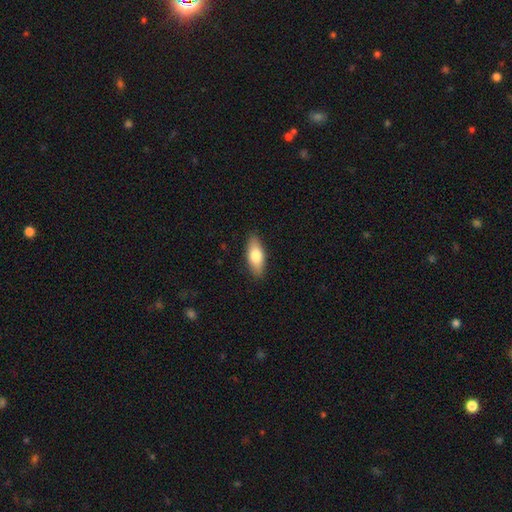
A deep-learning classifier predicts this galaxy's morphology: A smooth galaxy with no disk features (75%) that is in between round and cigar-shaped (77%). Merging: none (88%).